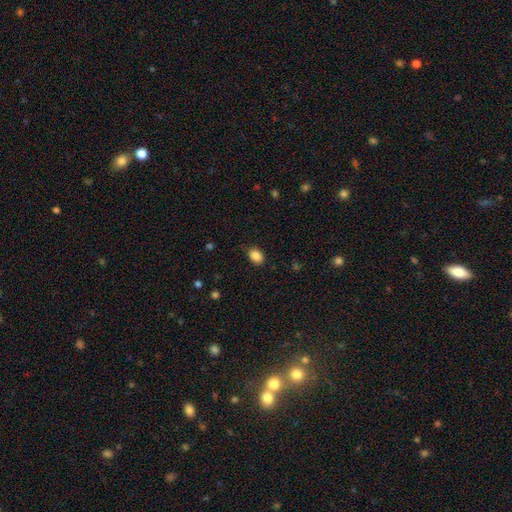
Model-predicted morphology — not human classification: smooth 88%, star or artifact 9%, featured or disk 4%. Down the decision tree: how rounded — in between (77%); merging — none (83%).